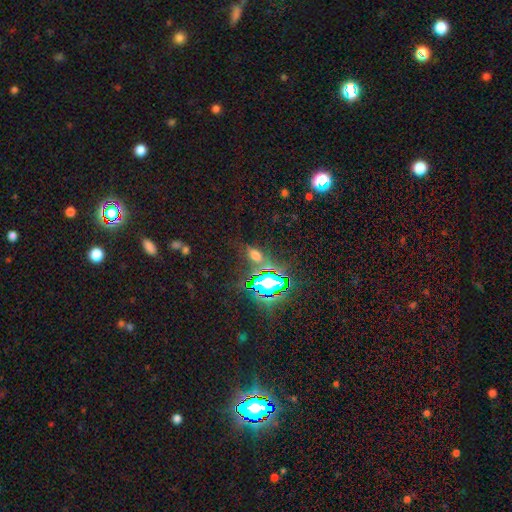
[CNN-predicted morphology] type=star or artifact (45%).